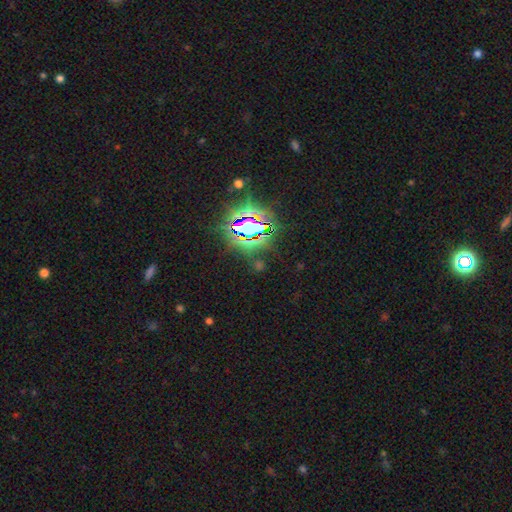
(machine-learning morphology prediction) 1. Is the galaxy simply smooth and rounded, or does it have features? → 83% star or artifact, 10% smooth, 7% featured or disk.